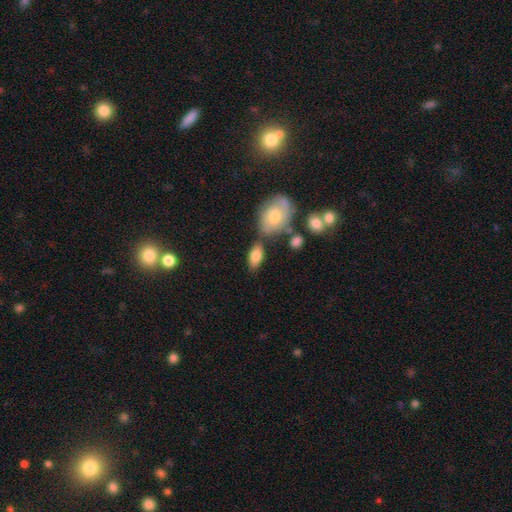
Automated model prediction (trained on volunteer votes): Overall: smooth (78%). How rounded: in between (90%). Merging: none (64%).